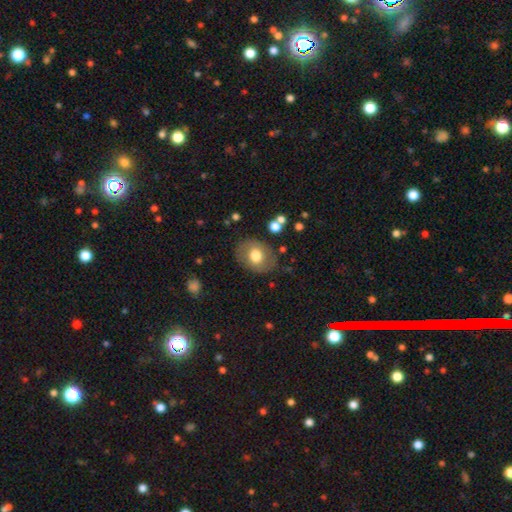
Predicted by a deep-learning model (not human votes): Q: Smooth or featured?
A: smooth (69%); runner-up: featured or disk (23%)
Q: How rounded?
A: in between (55%); runner-up: round (44%)
Q: Merging?
A: none (81%); runner-up: minor disturbance (13%)